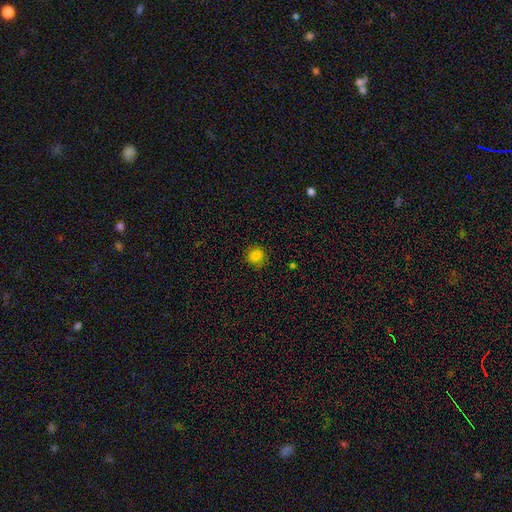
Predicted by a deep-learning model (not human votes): The model was most divided on "smooth or featured": smooth: 82%, star or artifact: 13%, featured or disk: 5%. More confident: how rounded — round (90%); merging — none (86%).